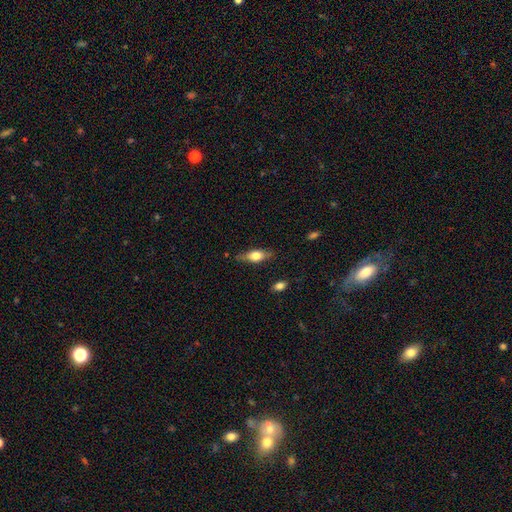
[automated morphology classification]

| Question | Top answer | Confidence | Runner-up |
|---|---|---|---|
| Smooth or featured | smooth | 55% | featured or disk (38%) |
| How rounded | in between | 64% | cigar-shaped (31%) |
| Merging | none | 75% | minor disturbance (19%) |